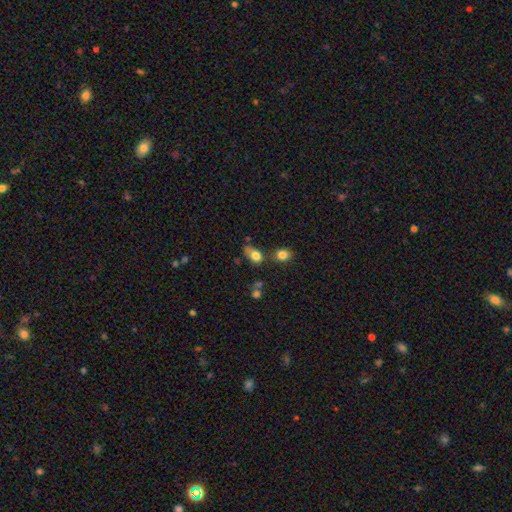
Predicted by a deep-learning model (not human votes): The model was most divided on "merging": none: 43%, minor disturbance: 25%, merger: 19%, major disturbance: 12%. More confident: smooth or featured — smooth (78%); how rounded — in between (69%).